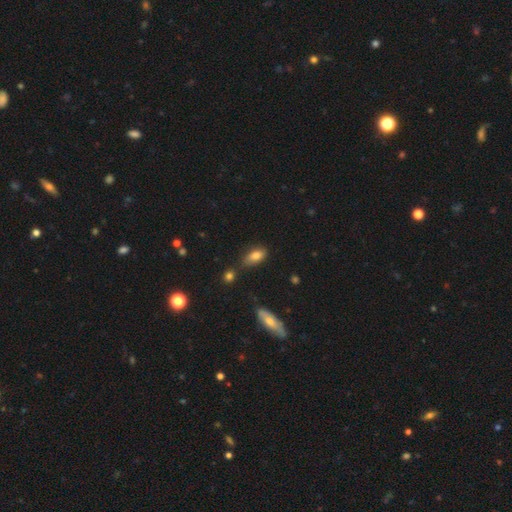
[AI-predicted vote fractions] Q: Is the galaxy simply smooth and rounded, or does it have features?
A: smooth — 80%.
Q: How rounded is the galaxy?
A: in between — 88%.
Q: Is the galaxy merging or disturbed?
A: none — 64%.